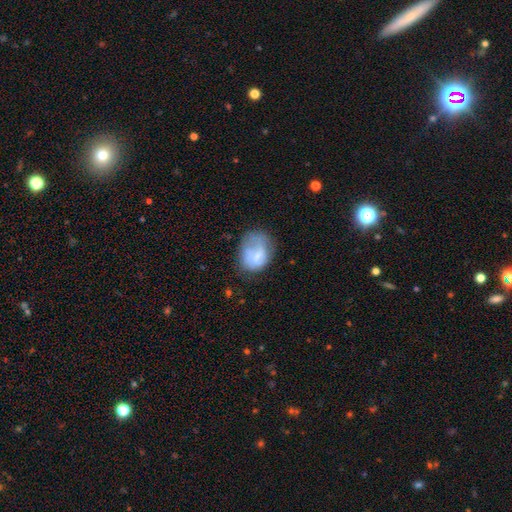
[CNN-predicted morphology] This appears to be a smooth galaxy with no disk features (60%) that is in between round and cigar-shaped (61%). Merging: none (40%).